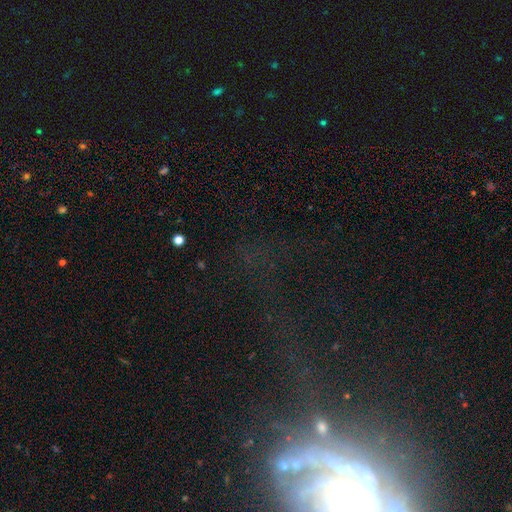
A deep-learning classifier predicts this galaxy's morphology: A star or artifact, not a galaxy (66%).

Vote fractions:
- Smooth or featured? star or artifact: 66% / featured or disk: 17% / smooth: 17%